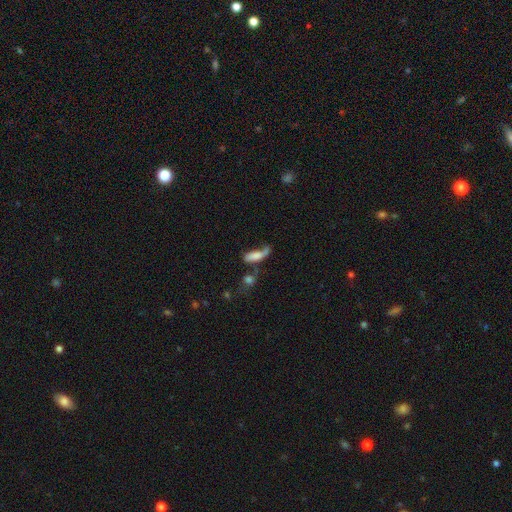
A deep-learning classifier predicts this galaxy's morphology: The model was most divided on "merging": none: 30%, merger: 26%, major disturbance: 25%, minor disturbance: 19%. More confident: smooth or featured — smooth (62%); how rounded — in between (59%).